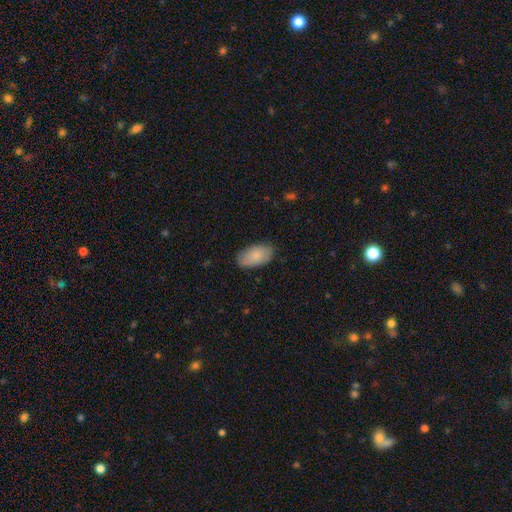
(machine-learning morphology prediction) smooth_or_featured: smooth (p=0.84) [alt: featured or disk p=0.10]
how_rounded: in between (p=0.95) [alt: round p=0.03]
merging: none (p=0.83) [alt: minor disturbance p=0.13]